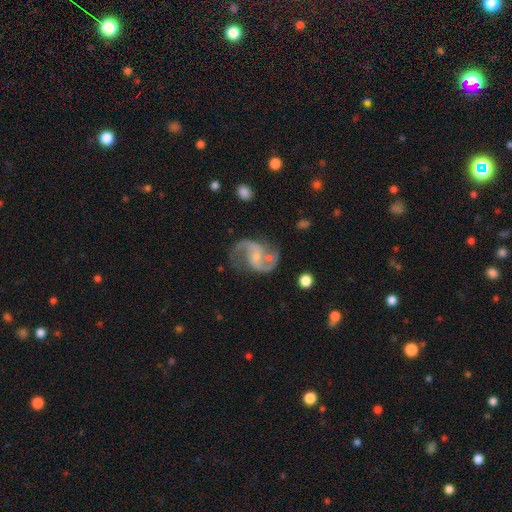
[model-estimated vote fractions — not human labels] A featured or disk galaxy (90%) with no bar (47%), 2 (92%) medium (49%) spiral arms (97%) and a small central bulge (58%). Merging: none (65%).